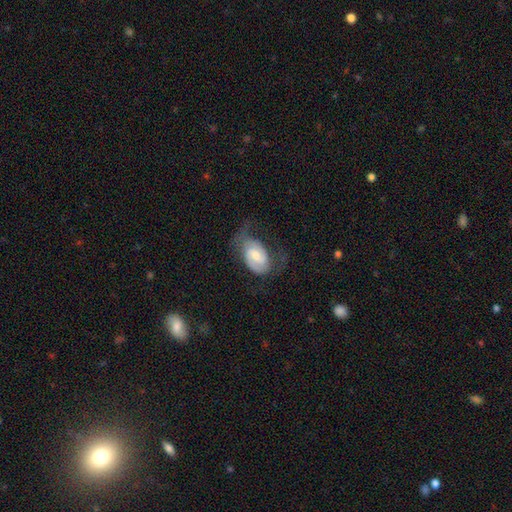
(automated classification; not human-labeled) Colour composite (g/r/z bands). It shows a featured or disk galaxy (67%) with a weak bar (50%), 2 (72%) medium (43%) spiral arms (90%) and a moderate central bulge (48%). Merging: none (42%).